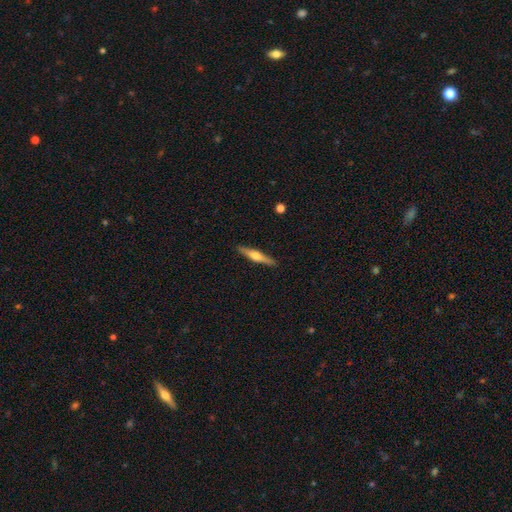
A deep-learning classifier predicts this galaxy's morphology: This is likely a featured or disk galaxy (65%). It is clearly viewed edge-on (97%). Edge-on bulge: clearly rounded (92%). Merging: clearly none (90%).